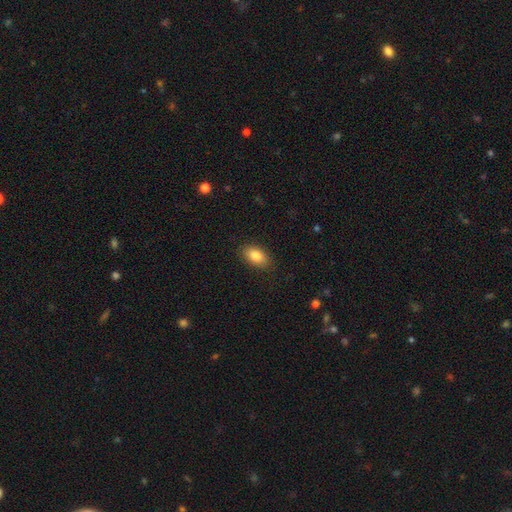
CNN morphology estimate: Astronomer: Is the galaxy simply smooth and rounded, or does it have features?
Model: smooth — 84%.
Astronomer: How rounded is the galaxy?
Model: in between — 90%.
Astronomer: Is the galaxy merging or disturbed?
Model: none — 87%.